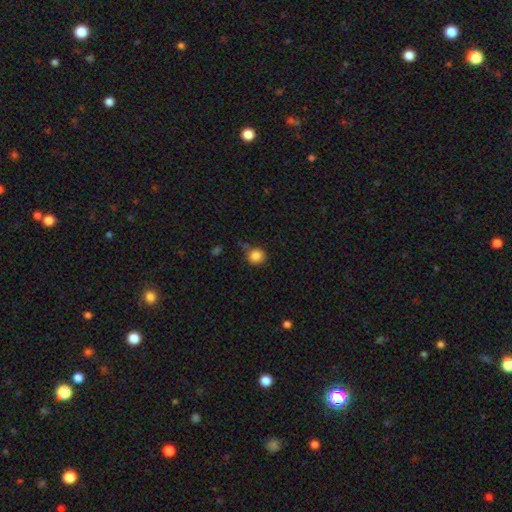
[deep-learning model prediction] Smooth or featured: smooth — 85% (star or artifact — 10%)
How rounded: round — 89% (in between — 10%)
Merging: none — 75% (minor disturbance — 16%)